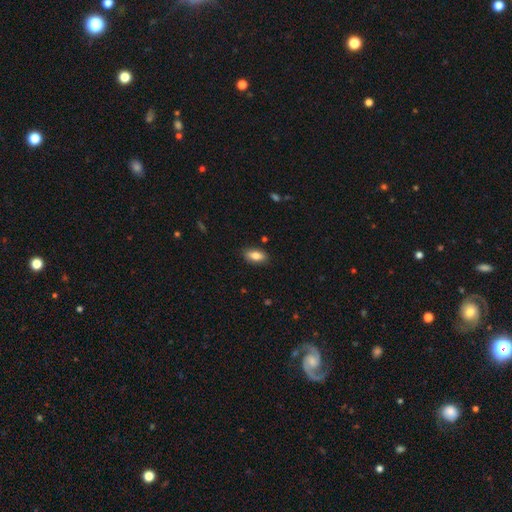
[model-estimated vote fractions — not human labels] smooth_or_featured: smooth (p=0.81) [alt: featured or disk p=0.12]
how_rounded: in between (p=0.88) [alt: cigar-shaped p=0.08]
merging: none (p=0.86) [alt: minor disturbance p=0.10]